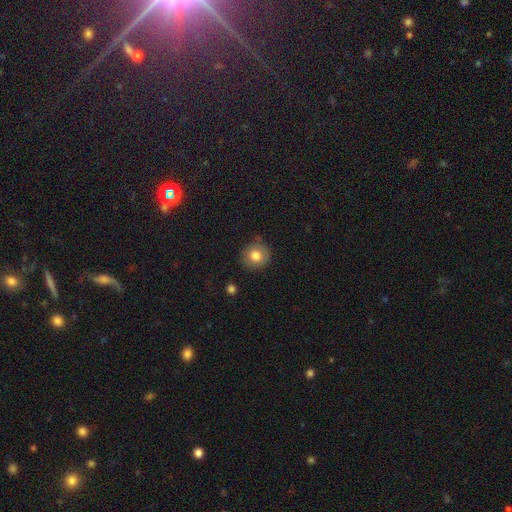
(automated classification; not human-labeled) smooth-or-featured: smooth: 80% | featured or disk: 11% | star or artifact: 10%
  how-rounded: round: 90% | in between: 9% | cigar-shaped: 1%
  merging: none: 82% | minor disturbance: 13% | major disturbance: 3% | merger: 2%